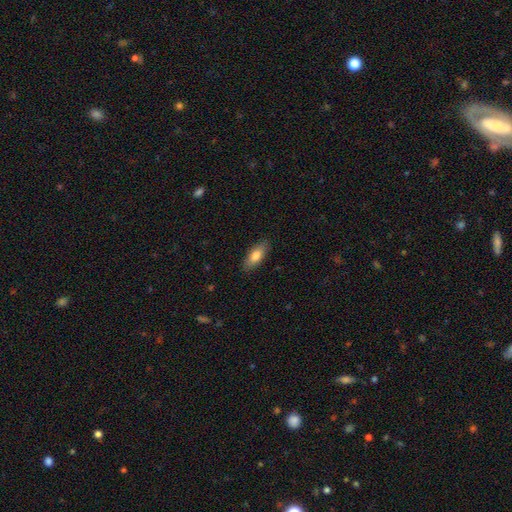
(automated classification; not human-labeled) Morphology: type=smooth (79%); roundness=in between (78%); merging=none (87%).